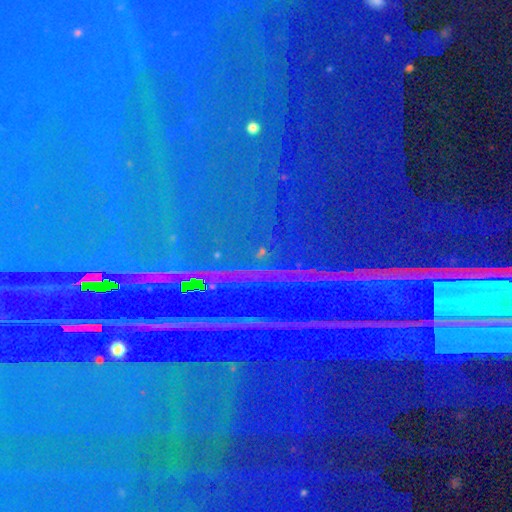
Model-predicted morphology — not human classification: smooth-or-featured: star or artifact: 88% | featured or disk: 7% | smooth: 5%